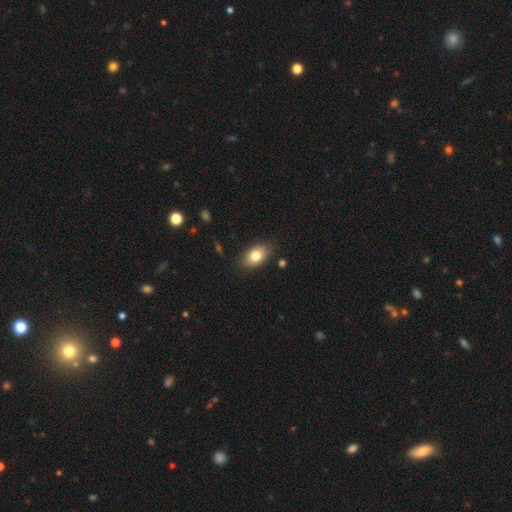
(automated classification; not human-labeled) Overall: smooth (80%). How rounded: in between (88%). Merging: none (84%).